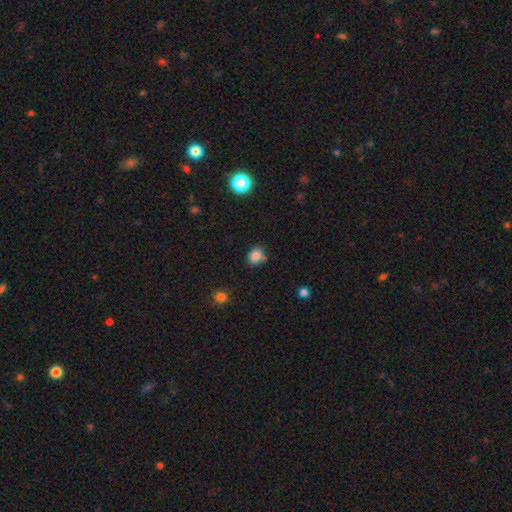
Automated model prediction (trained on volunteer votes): smooth-or-featured: smooth: 82% | star or artifact: 12% | featured or disk: 6%
  how-rounded: round: 50% | in between: 49% | cigar-shaped: 1%
  merging: none: 64% | minor disturbance: 19% | merger: 13% | major disturbance: 4%